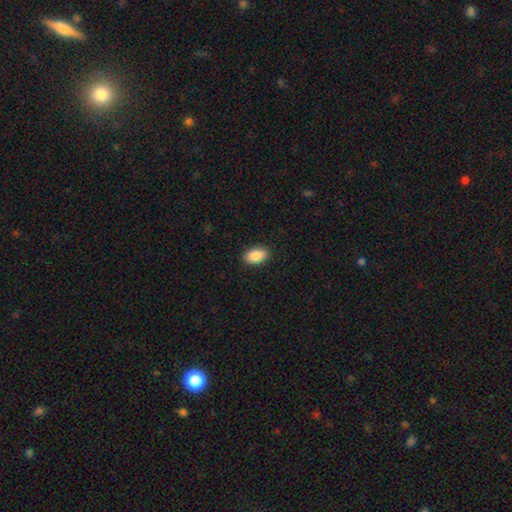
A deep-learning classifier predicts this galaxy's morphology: The model was most divided on "smooth or featured": smooth: 90%, star or artifact: 7%, featured or disk: 4%. More confident: how rounded — in between (93%); merging — none (90%).